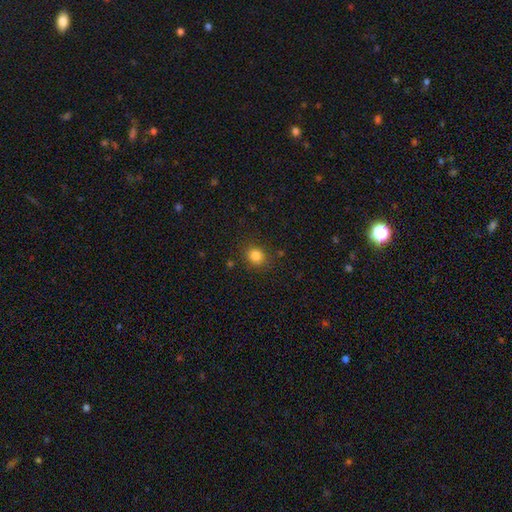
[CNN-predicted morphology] Smooth or featured? smooth (83%)
How rounded? round (77%)
Merging? none (85%)